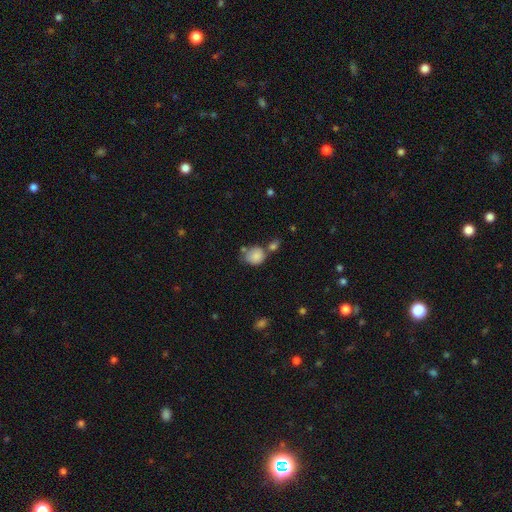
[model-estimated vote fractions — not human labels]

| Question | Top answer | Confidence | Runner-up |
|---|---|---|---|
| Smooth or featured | smooth | 83% | star or artifact (9%) |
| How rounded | round | 68% | in between (31%) |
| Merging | none | 46% | merger (27%) |